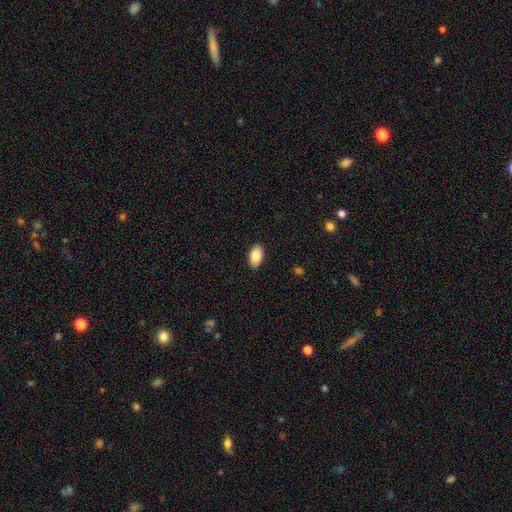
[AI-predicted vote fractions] Morphology: type=smooth (87%); roundness=in between (94%); merging=none (89%).